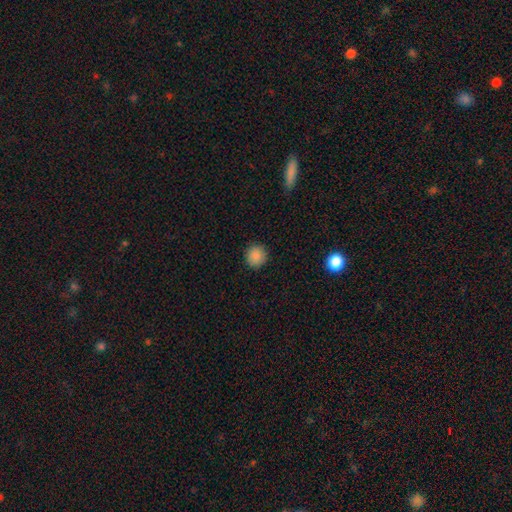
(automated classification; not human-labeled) This is clearly a smooth galaxy (88%). How rounded: clearly round (93%). Merging: clearly none (92%).